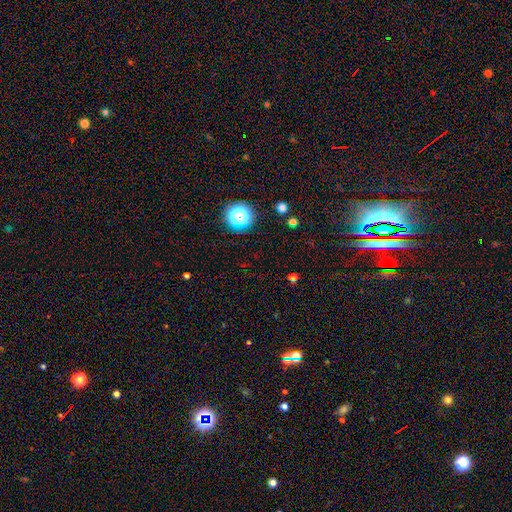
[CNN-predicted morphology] Smooth or featured?
  - star or artifact: 58% *
  - smooth: 34%
  - featured or disk: 8%